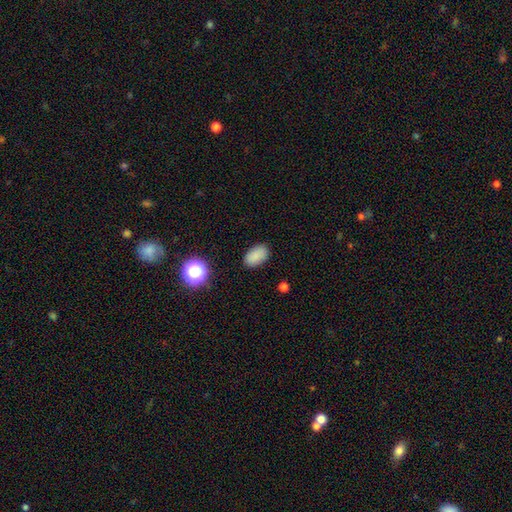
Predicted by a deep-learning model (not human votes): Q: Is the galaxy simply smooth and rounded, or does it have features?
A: smooth — 85%.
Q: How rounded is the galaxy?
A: in between — 91%.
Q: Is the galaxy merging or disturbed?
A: none — 86%.